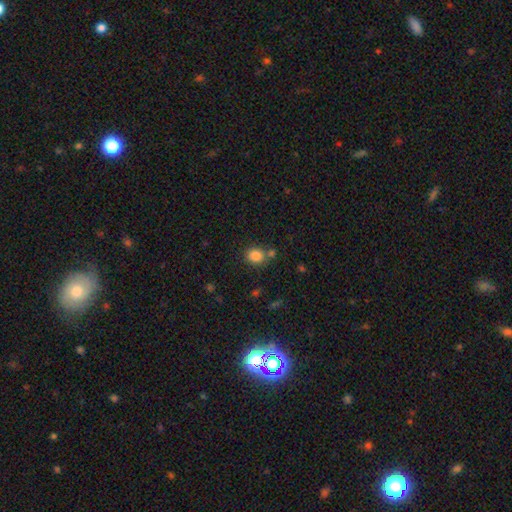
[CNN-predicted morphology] Q: Smooth or featured?
A: smooth (84%); runner-up: star or artifact (10%)
Q: How rounded?
A: round (74%); runner-up: in between (25%)
Q: Merging?
A: none (71%); runner-up: merger (14%)